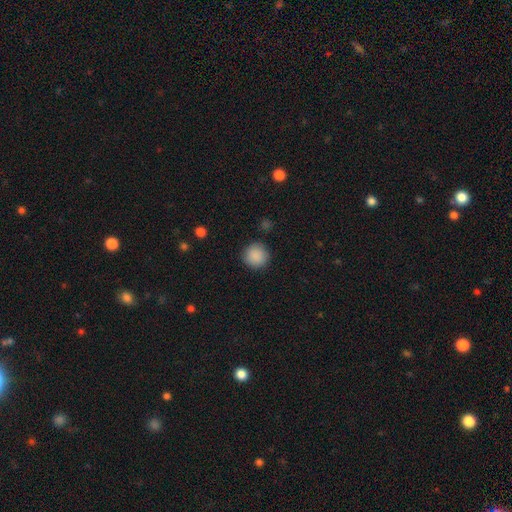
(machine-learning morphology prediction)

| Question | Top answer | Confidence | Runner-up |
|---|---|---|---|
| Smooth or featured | smooth | 89% | star or artifact (8%) |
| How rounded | round | 93% | in between (6%) |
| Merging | none | 88% | minor disturbance (8%) |